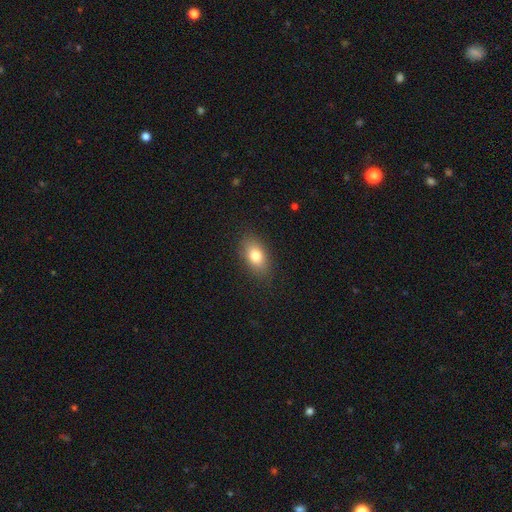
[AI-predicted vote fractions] Smooth or featured: smooth — 79% (featured or disk — 12%)
How rounded: in between — 86% (round — 10%)
Merging: none — 86% (minor disturbance — 10%)